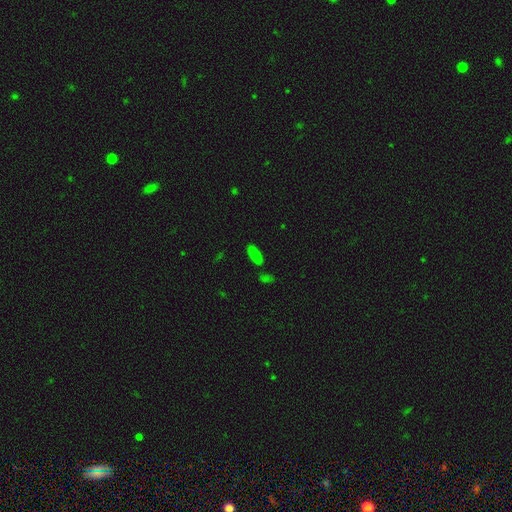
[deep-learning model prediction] Smooth or featured? smooth (72%)
How rounded? in between (83%)
Merging? none (71%)